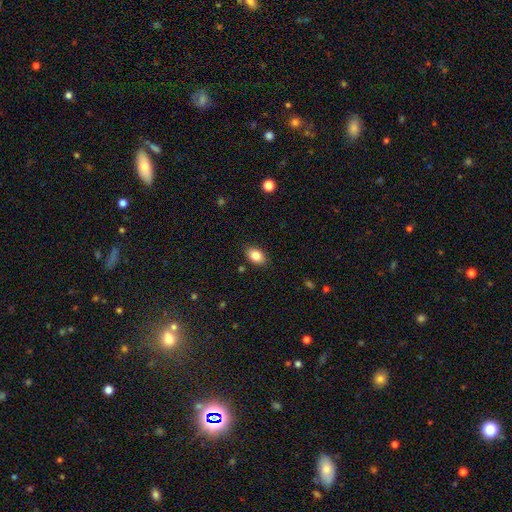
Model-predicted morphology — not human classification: This appears to be a smooth galaxy with no disk features (85%) that is in between round and cigar-shaped (87%). Merging: none (86%).